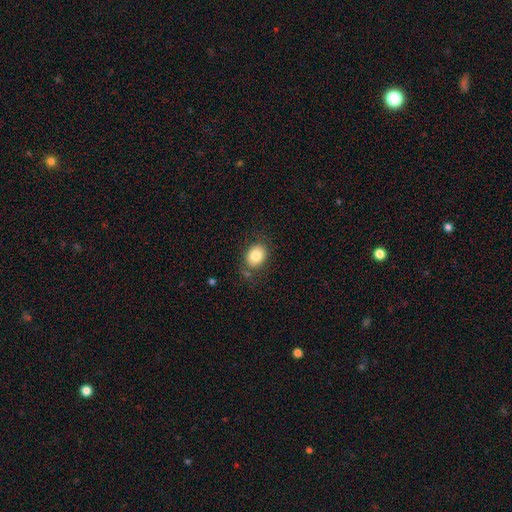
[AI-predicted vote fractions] A smooth galaxy with no disk features (81%) that is in between round and cigar-shaped (59%).

Vote fractions:
- Smooth or featured? smooth: 81% / featured or disk: 11% / star or artifact: 9%
- How rounded? in between: 59% / round: 40% / cigar-shaped: 1%
- Merging? none: 77% / minor disturbance: 15% / major disturbance: 5% / merger: 3%